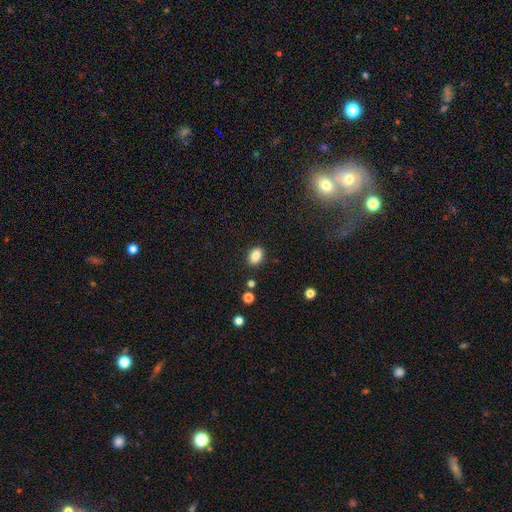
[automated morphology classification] This is clearly a smooth galaxy (86%). How rounded: clearly in between (83%). Merging: clearly none (87%).